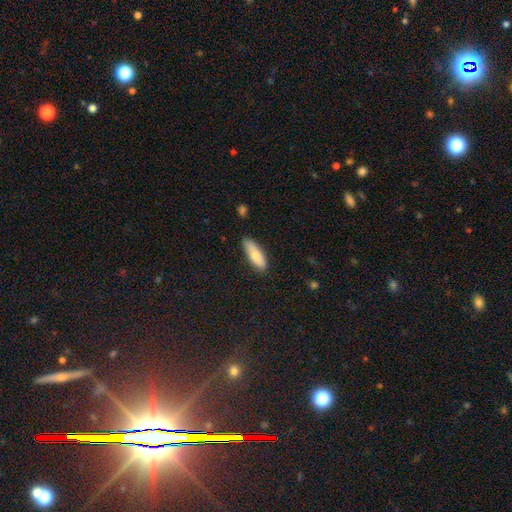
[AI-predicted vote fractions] This is likely a smooth galaxy (79%). How rounded: possibly in between (57%). Merging: likely none (77%).